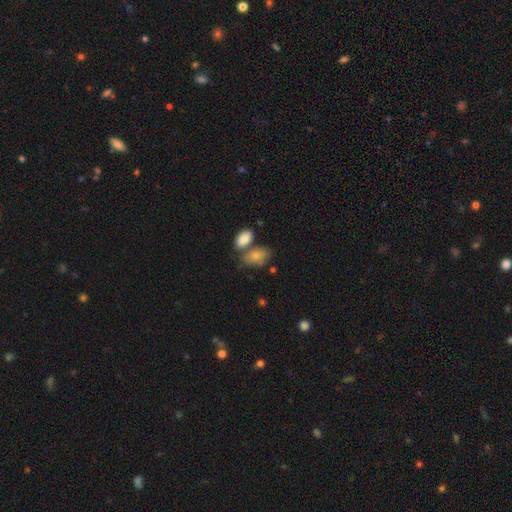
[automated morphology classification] smooth_or_featured: smooth (p=0.83) [alt: featured or disk p=0.10]
how_rounded: in between (p=0.89) [alt: round p=0.09]
merging: none (p=0.45) [alt: merger p=0.32]